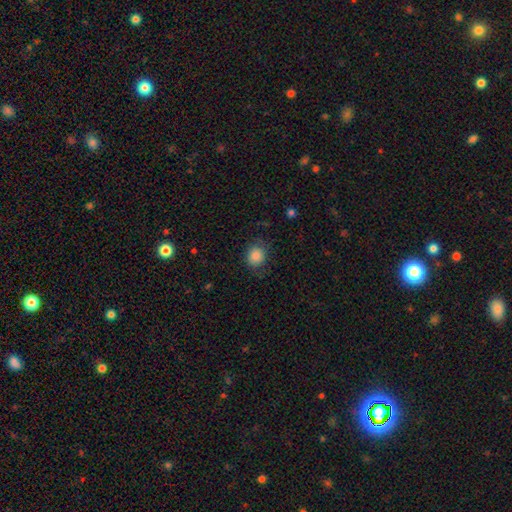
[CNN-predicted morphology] Smooth or featured: smooth — 85% (star or artifact — 9%)
How rounded: round — 71% (in between — 28%)
Merging: none — 76% (minor disturbance — 17%)